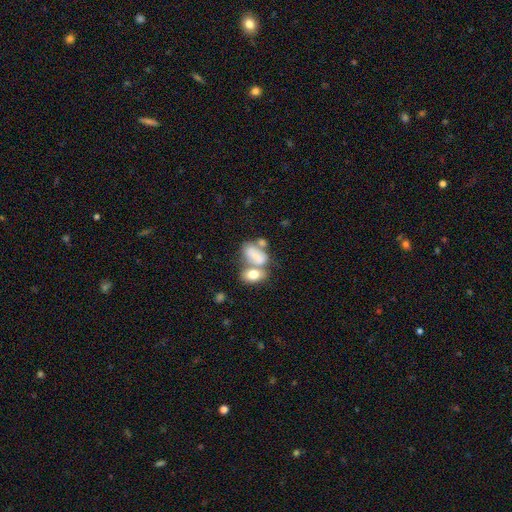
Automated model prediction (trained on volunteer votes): Smooth or featured?
  - smooth: 69% *
  - featured or disk: 21%
  - star or artifact: 9%
How rounded?
  - in between: 87% *
  - round: 9%
  - cigar-shaped: 3%
Merging?
  - merger: 56% *
  - none: 23%
  - minor disturbance: 12%
  - major disturbance: 9%